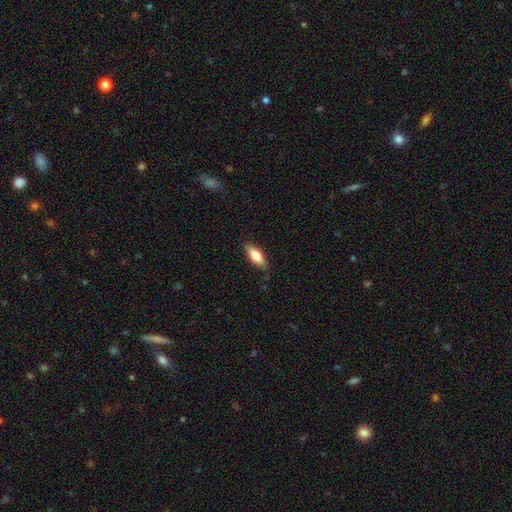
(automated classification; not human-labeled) Smooth or featured? smooth (71%)
How rounded? in between (62%)
Merging? none (84%)